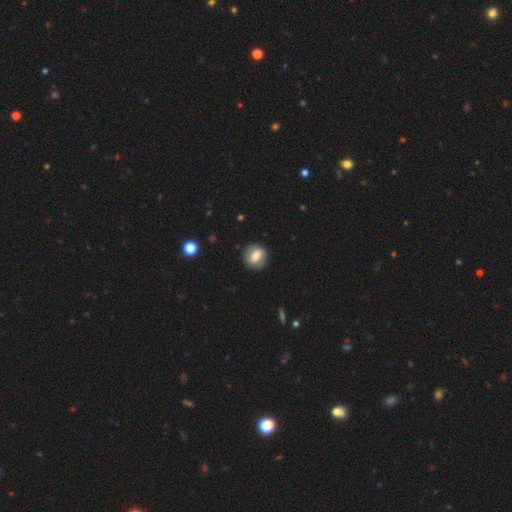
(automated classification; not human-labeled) smooth-or-featured: smooth: 59% | featured or disk: 33% | star or artifact: 8%
  how-rounded: round: 64% | in between: 34% | cigar-shaped: 2%
  merging: none: 84% | minor disturbance: 11% | major disturbance: 3% | merger: 1%